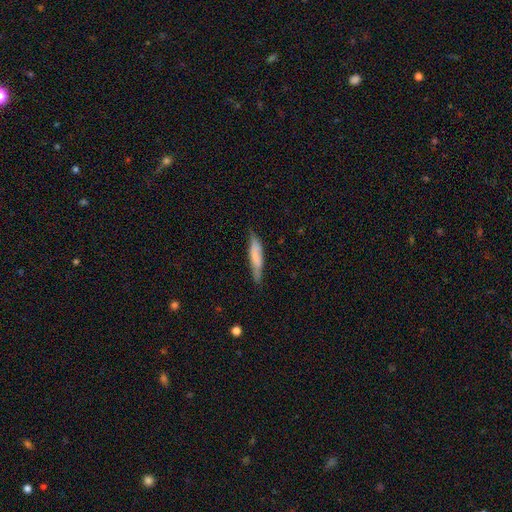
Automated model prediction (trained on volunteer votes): smooth 68%, featured or disk 26%, star or artifact 6%. Down the decision tree: how rounded — cigar-shaped (83%); merging — none (72%).